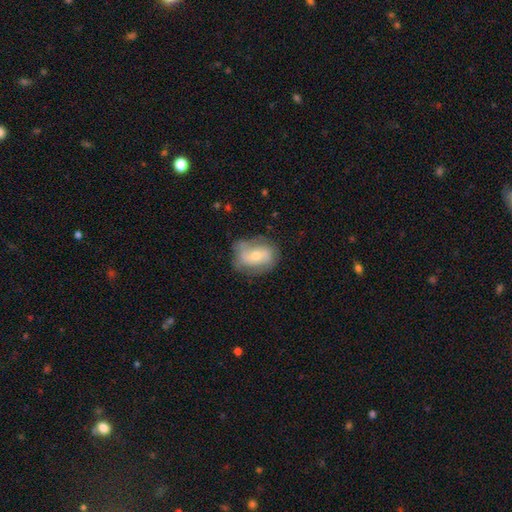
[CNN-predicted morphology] This appears to be a featured or disk galaxy (53%). Merging: none (59%).